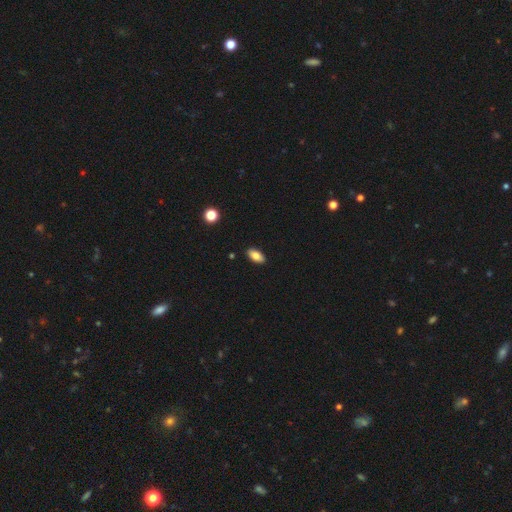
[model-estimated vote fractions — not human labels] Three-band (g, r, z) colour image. It shows a smooth galaxy with no disk features (83%) that is in between round and cigar-shaped (92%). Merging: none (89%).